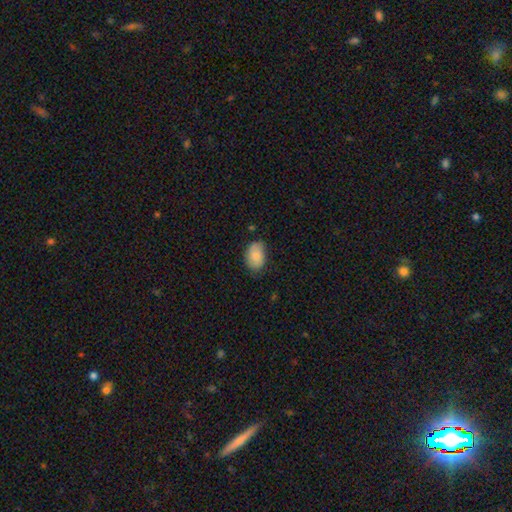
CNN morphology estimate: Smooth or featured: smooth — 83% (featured or disk — 10%)
How rounded: in between — 87% (round — 12%)
Merging: none — 70% (minor disturbance — 24%)